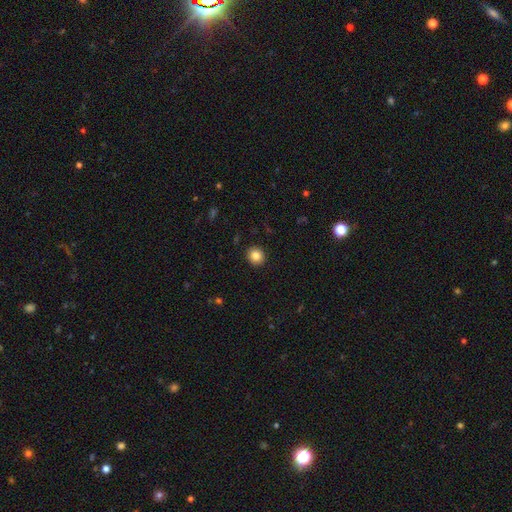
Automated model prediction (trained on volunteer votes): smooth_or_featured: smooth (p=0.84) [alt: star or artifact p=0.10]
how_rounded: round (p=0.89) [alt: in between p=0.10]
merging: none (p=0.92) [alt: minor disturbance p=0.05]